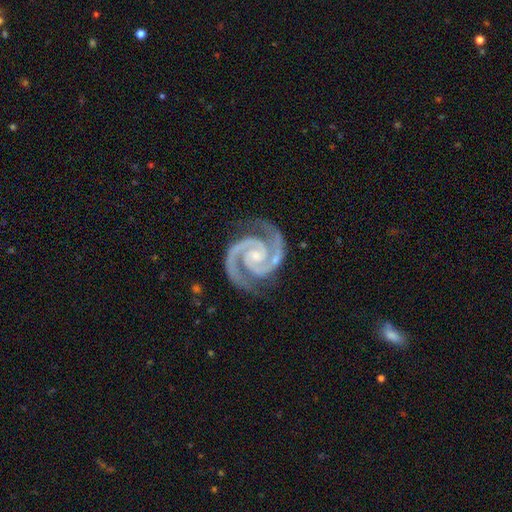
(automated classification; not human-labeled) smooth_or_featured: featured or disk (p=0.95) [alt: star or artifact p=0.03]
disk_edge_on: no (p=0.99) [alt: yes p=0.01]
bar: no (p=0.63) [alt: weak p=0.25]
has_spiral_arms: yes (p=0.99) [alt: no p=0.01]
spiral_winding: tight (p=0.59) [alt: medium p=0.38]
spiral_arm_count: 2 (p=0.93) [alt: 3 p=0.03]
bulge_size: small (p=0.65) [alt: moderate p=0.25]
merging: none (p=0.82) [alt: minor disturbance p=0.13]